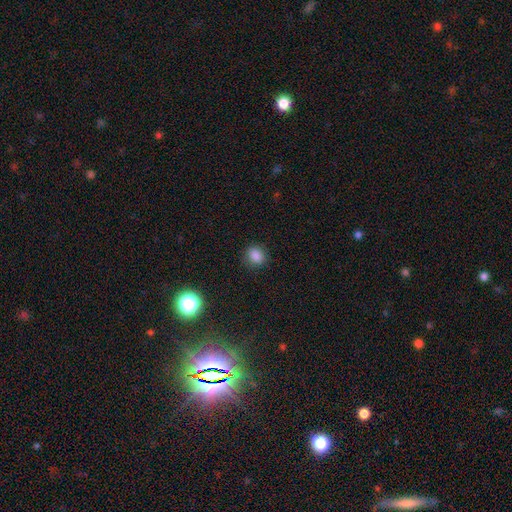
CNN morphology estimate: smooth-or-featured: smooth: 84% | star or artifact: 12% | featured or disk: 4%
  how-rounded: round: 65% | in between: 34% | cigar-shaped: 1%
  merging: none: 85% | minor disturbance: 11% | major disturbance: 3% | merger: 1%